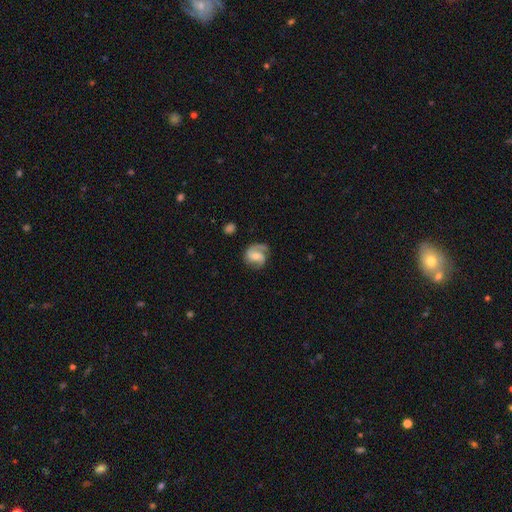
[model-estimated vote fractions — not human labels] Smooth or featured? Predicted: featured or disk (p=0.78). Edge-on disk? Predicted: no (p=0.98). Bar? Predicted: weak (p=0.45). Spiral arms? Predicted: yes (p=0.95). Spiral winding? Predicted: medium (p=0.48). Spiral arm count? Predicted: 2 (p=0.70). Bulge size? Predicted: small (p=0.48). Merging? Predicted: none (p=0.66).